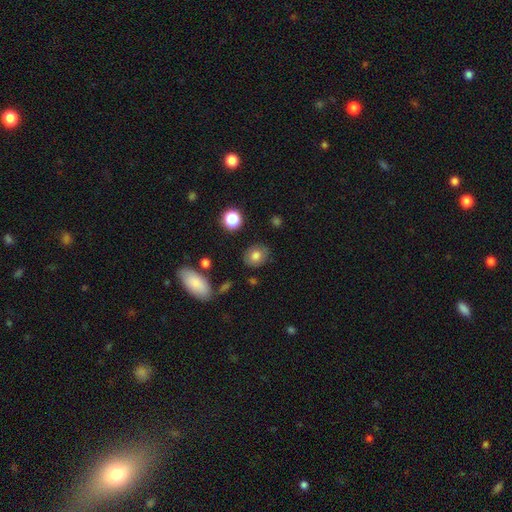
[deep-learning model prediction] The model was most divided on "how rounded": round: 56%, in between: 43%, cigar-shaped: 1%. More confident: merging — none (82%); smooth or featured — smooth (78%).